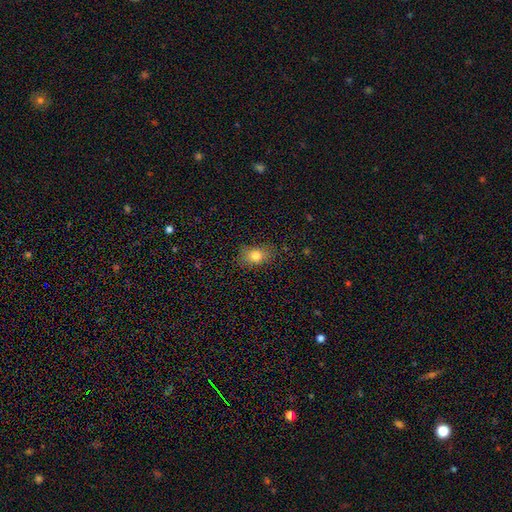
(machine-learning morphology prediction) Smooth or featured?
  - smooth: 79% *
  - star or artifact: 12%
  - featured or disk: 10%
How rounded?
  - in between: 69% *
  - round: 28%
  - cigar-shaped: 2%
Merging?
  - none: 79% *
  - minor disturbance: 16%
  - major disturbance: 4%
  - merger: 1%